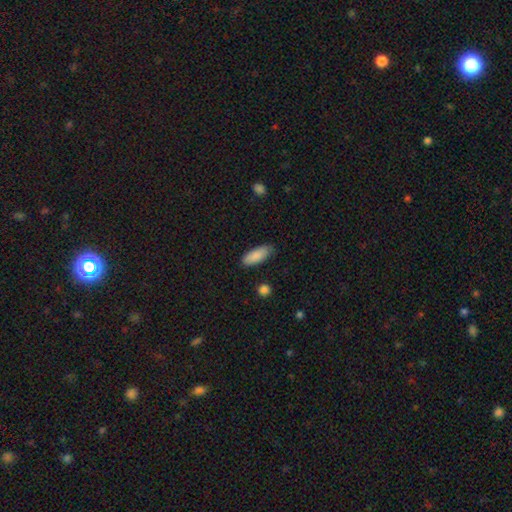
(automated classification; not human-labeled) smooth 87%, featured or disk 7%, star or artifact 6%. Down the decision tree: how rounded — in between (75%); merging — none (82%).